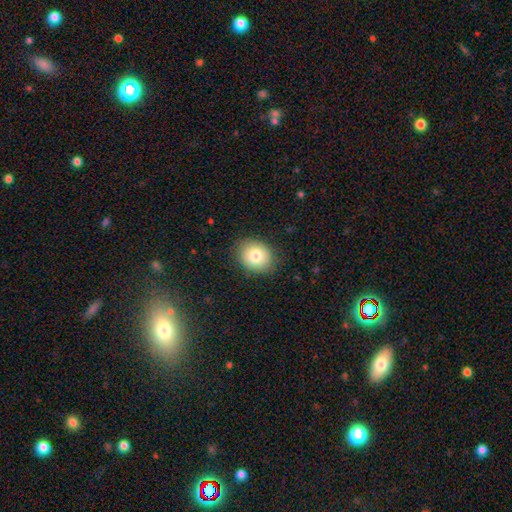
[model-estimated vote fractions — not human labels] This is likely a smooth galaxy (79%). How rounded: likely round (62%). Merging: clearly none (86%).